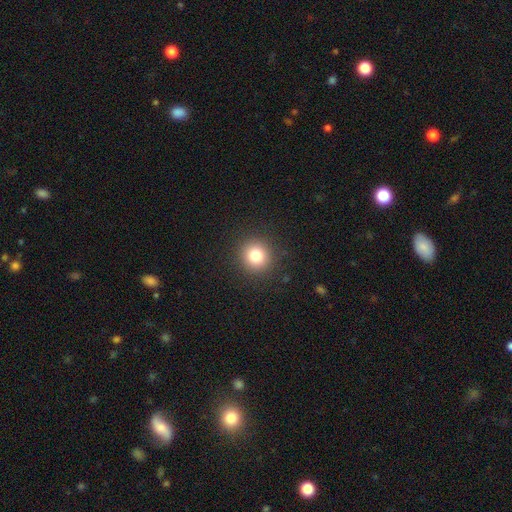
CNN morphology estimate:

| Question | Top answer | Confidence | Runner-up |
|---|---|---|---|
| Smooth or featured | smooth | 80% | star or artifact (13%) |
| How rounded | round | 93% | in between (6%) |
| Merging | none | 91% | minor disturbance (6%) |